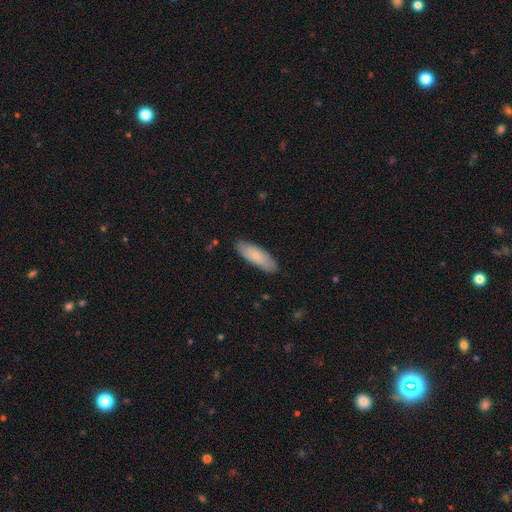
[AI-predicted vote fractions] smooth-or-featured: smooth: 70% | featured or disk: 24% | star or artifact: 6%
  how-rounded: in between: 61% | cigar-shaped: 37% | round: 2%
  merging: none: 84% | minor disturbance: 12% | major disturbance: 2% | merger: 1%